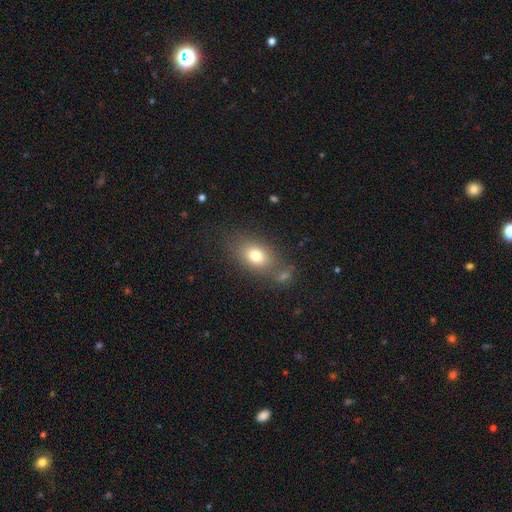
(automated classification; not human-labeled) smooth-or-featured: smooth: 76% | featured or disk: 13% | star or artifact: 10%
  how-rounded: in between: 77% | round: 20% | cigar-shaped: 2%
  merging: none: 66% | minor disturbance: 15% | merger: 12% | major disturbance: 7%